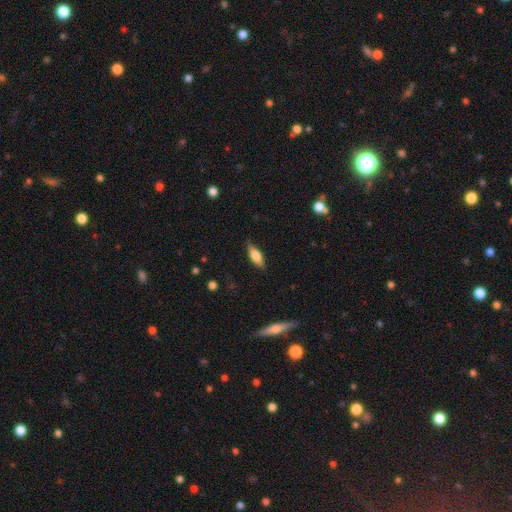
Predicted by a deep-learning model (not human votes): smooth_or_featured: smooth (p=0.69) [alt: featured or disk p=0.25]
how_rounded: in between (p=0.63) [alt: cigar-shaped p=0.35]
merging: none (p=0.84) [alt: minor disturbance p=0.12]